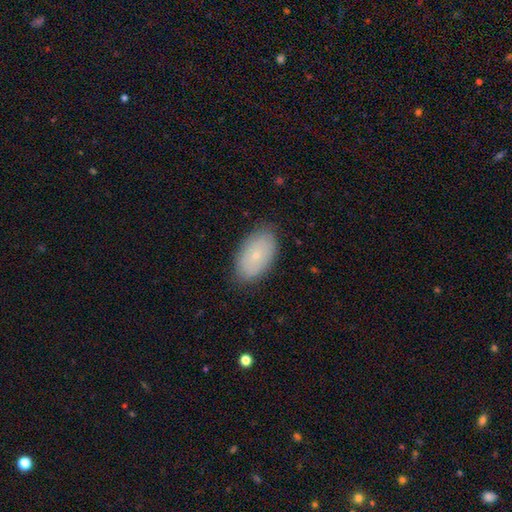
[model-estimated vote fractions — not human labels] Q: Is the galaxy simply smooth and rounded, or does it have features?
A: smooth — 70%.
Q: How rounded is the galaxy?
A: in between — 94%.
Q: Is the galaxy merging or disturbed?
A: none — 83%.